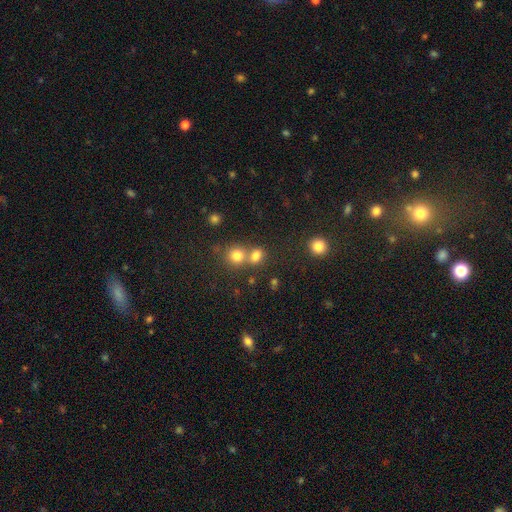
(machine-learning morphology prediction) smooth_or_featured: smooth (p=0.77) [alt: star or artifact p=0.15]
how_rounded: round (p=0.65) [alt: in between p=0.34]
merging: none (p=0.47) [alt: merger p=0.42]